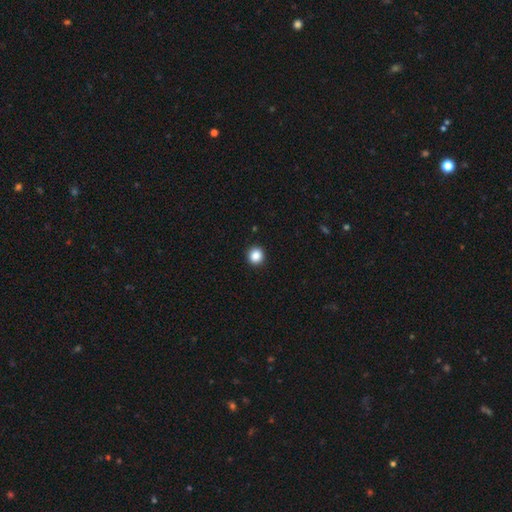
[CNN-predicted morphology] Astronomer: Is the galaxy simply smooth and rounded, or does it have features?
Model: smooth — 87%.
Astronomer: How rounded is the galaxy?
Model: round — 92%.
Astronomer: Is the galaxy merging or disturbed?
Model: none — 93%.